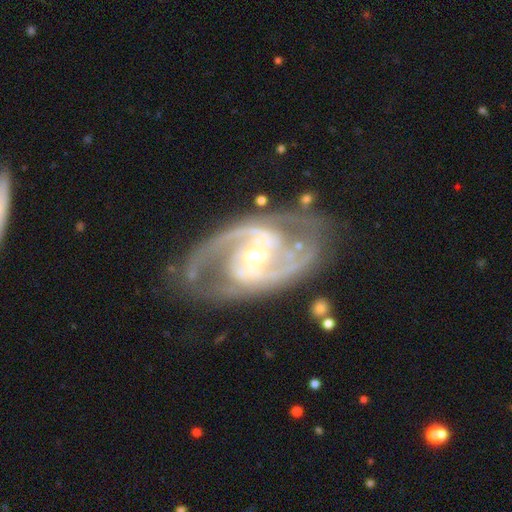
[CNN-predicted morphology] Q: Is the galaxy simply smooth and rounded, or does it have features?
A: featured or disk — 92%.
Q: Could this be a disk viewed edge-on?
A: no — 96%.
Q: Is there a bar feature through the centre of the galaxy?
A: weak — 41%.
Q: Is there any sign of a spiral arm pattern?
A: yes — 98%.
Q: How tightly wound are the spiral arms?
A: medium — 57%.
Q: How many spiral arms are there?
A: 2 — 82%.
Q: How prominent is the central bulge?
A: small — 48%.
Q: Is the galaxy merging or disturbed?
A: none — 73%.